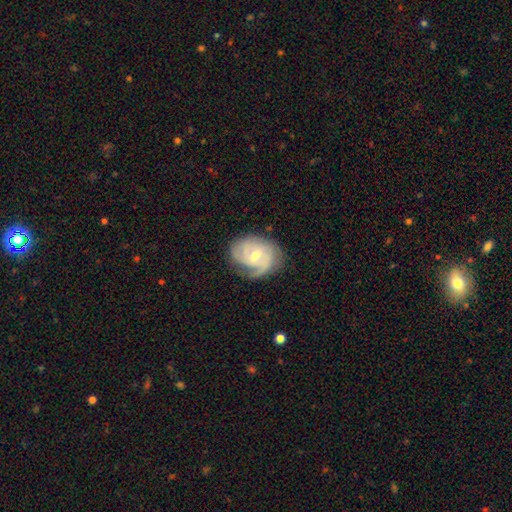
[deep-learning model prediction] The model was most divided on "bulge size" (2-way tie): moderate: 48%, small: 48%, large: 2%, none: 1%, dominant: 1%. Remaining: edge-on disk — no (97%); spiral arms — yes (92%); smooth or featured — featured or disk (76%); merging — none (60%); bar — weak (51%); spiral winding — tight (50%); spiral arm count — 2 (34%).